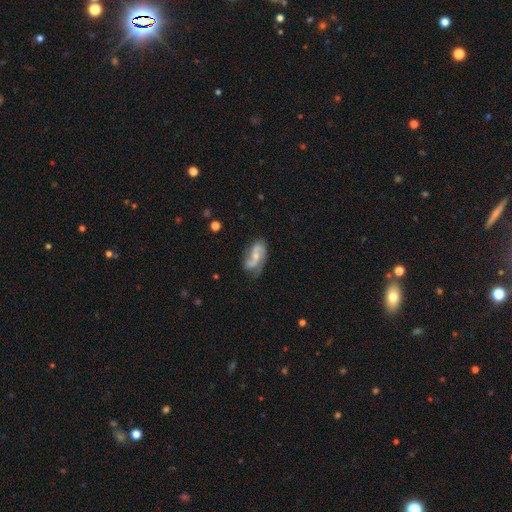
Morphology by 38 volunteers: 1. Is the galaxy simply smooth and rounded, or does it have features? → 89% featured or disk, 5% smooth, 5% star or artifact.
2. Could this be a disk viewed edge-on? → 97% no, 3% yes.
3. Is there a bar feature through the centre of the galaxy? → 79% no, 18% weak, 3% strong.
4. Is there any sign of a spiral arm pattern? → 97% yes, 3% no.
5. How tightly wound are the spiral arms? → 62% loose, 28% medium, 9% tight.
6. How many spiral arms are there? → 94% 2, 6% can't tell, 0% 1, 0% 3, 0% 4, 0% more than 4.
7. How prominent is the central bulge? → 58% moderate, 30% small, 12% none, 0% dominant, 0% large.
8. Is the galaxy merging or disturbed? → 39% minor disturbance, 36% none, 22% major disturbance, 3% merger.